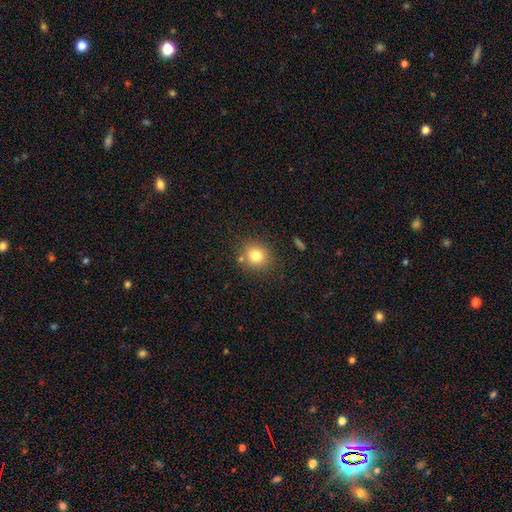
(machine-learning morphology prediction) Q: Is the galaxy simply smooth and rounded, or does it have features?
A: smooth — 79%.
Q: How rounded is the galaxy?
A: round — 83%.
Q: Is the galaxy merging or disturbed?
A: none — 80%.